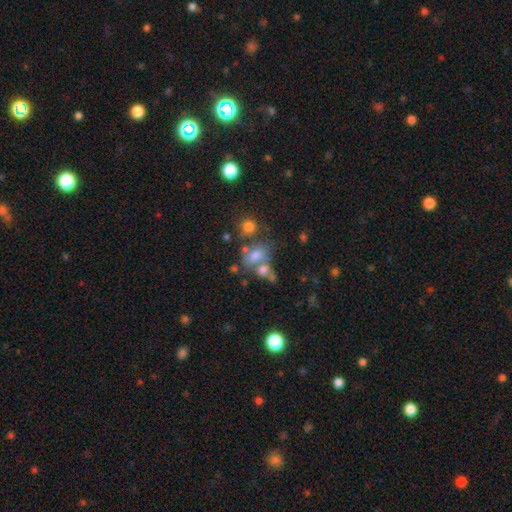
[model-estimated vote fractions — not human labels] Smooth or featured? Predicted: smooth (p=0.62). How rounded? Predicted: in between (p=0.69). Merging? Predicted: merger (p=0.42).